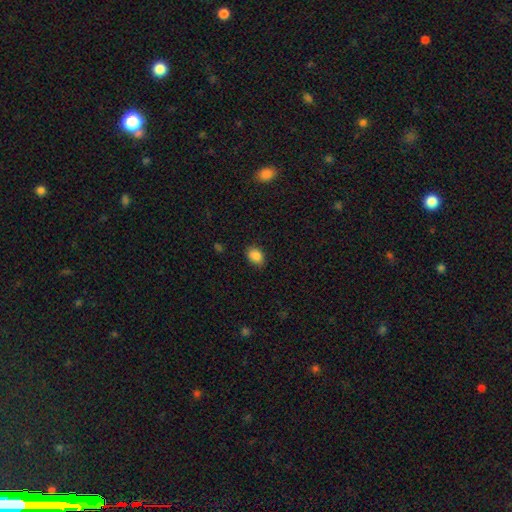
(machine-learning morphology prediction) Smooth or featured? Predicted: smooth (p=0.87). How rounded? Predicted: in between (p=0.75). Merging? Predicted: none (p=0.81).